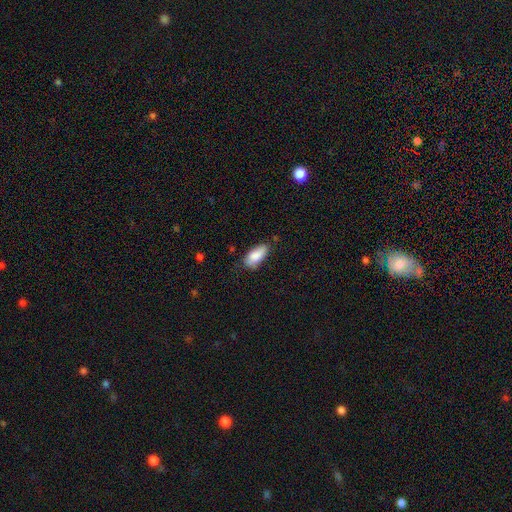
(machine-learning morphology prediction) A smooth galaxy with no disk features (86%) that is in between round and cigar-shaped (87%).

Vote fractions:
- Smooth or featured? smooth: 86% / featured or disk: 8% / star or artifact: 6%
- How rounded? in between: 87% / cigar-shaped: 11% / round: 2%
- Merging? none: 68% / minor disturbance: 25% / major disturbance: 5% / merger: 2%